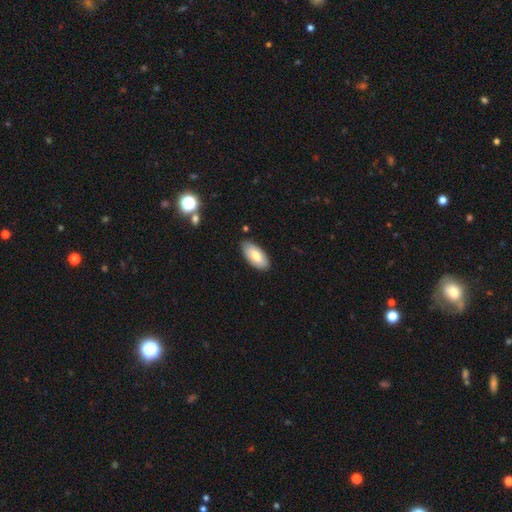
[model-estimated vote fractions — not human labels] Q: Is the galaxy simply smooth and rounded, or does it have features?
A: smooth — 76%.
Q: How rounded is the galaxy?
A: in between — 92%.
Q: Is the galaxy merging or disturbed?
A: none — 84%.